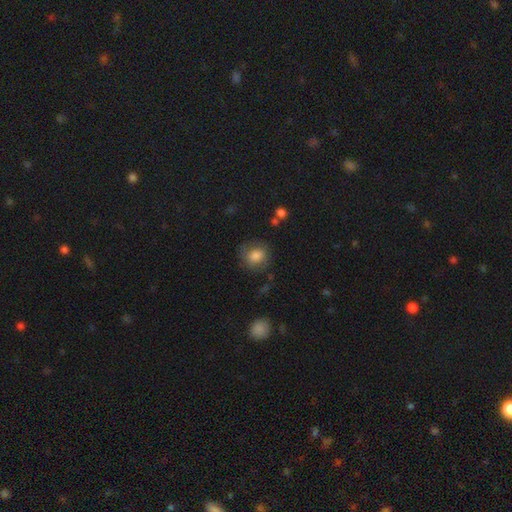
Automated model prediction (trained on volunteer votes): smooth 75%, featured or disk 16%, star or artifact 9%. Down the decision tree: how rounded — round (70%); merging — none (69%).